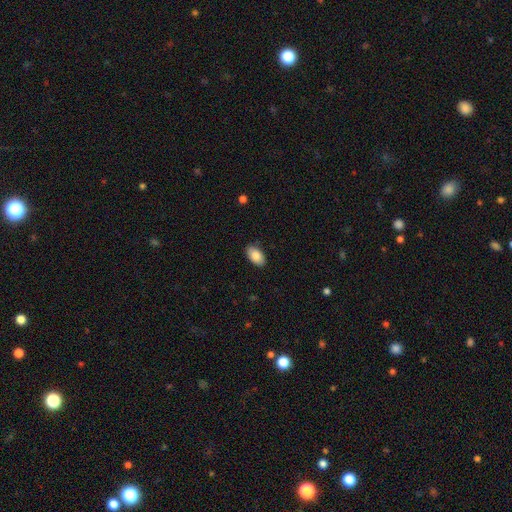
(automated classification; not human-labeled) A smooth galaxy with no disk features (87%) that is in between round and cigar-shaped (94%).

Vote fractions:
- Smooth or featured? smooth: 87% / star or artifact: 7% / featured or disk: 6%
- How rounded? in between: 94% / round: 4% / cigar-shaped: 1%
- Merging? none: 87% / minor disturbance: 10% / major disturbance: 2% / merger: 1%